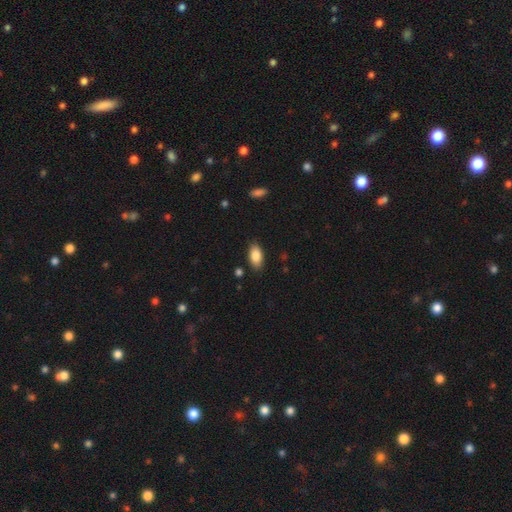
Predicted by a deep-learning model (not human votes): This appears to be a smooth galaxy with no disk features (86%) that is in between round and cigar-shaped (92%). Merging: none (86%).